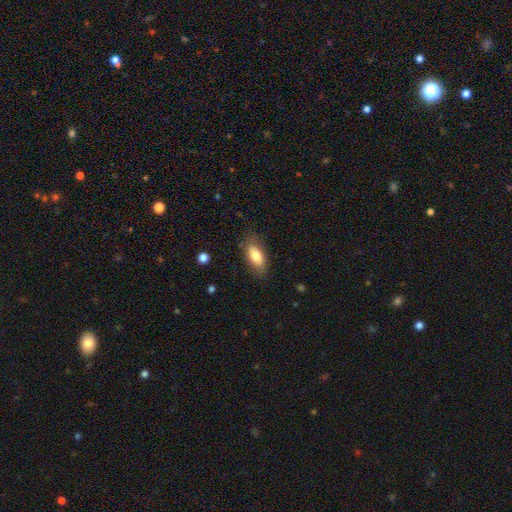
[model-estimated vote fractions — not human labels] smooth_or_featured: smooth (p=0.78) [alt: featured or disk p=0.15]
how_rounded: in between (p=0.87) [alt: cigar-shaped p=0.10]
merging: none (p=0.78) [alt: minor disturbance p=0.16]